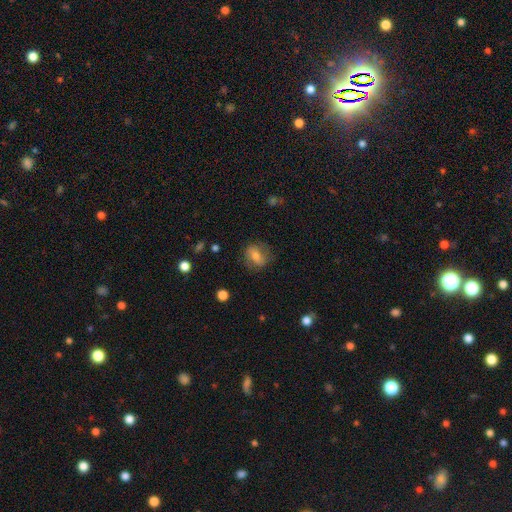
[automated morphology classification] smooth_or_featured: smooth (p=0.62) [alt: featured or disk p=0.28]
how_rounded: in between (p=0.52) [alt: round p=0.45]
merging: none (p=0.73) [alt: minor disturbance p=0.18]